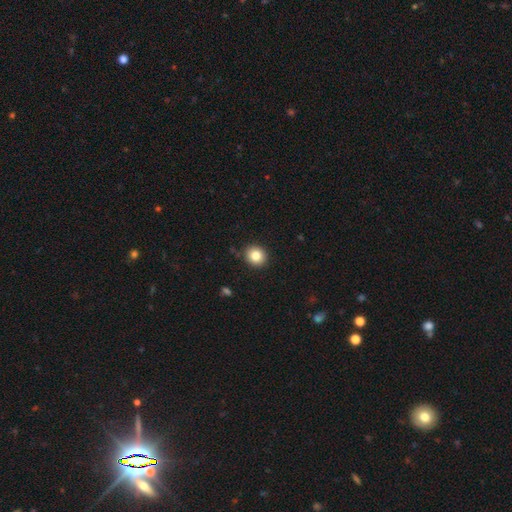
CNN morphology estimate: A smooth galaxy with no disk features (82%) that is round (80%). Merging: none (89%).